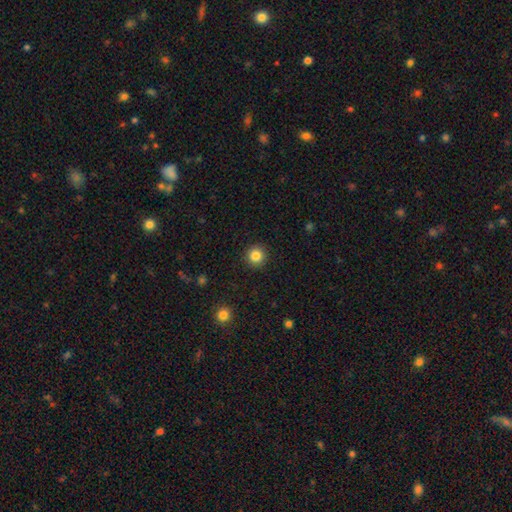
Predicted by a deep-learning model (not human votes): A smooth galaxy with no disk features (85%) that is round (95%). Merging: none (92%).